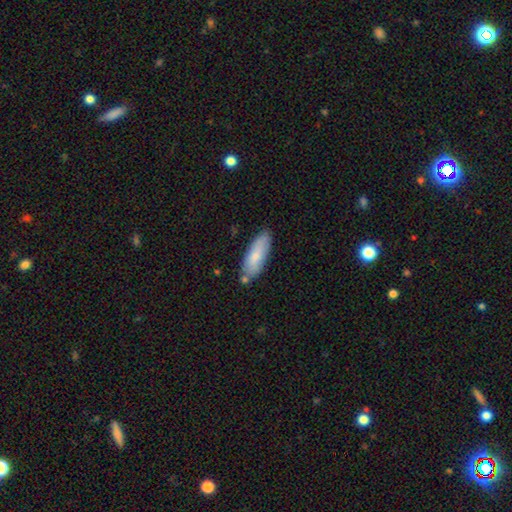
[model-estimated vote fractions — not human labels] Smooth or featured? smooth (77%)
How rounded? in between (65%)
Merging? none (75%)